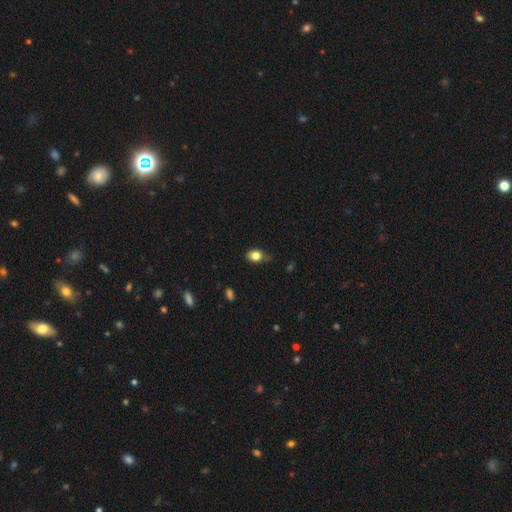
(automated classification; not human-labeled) Smooth or featured: smooth — 81% (star or artifact — 10%)
How rounded: in between — 60% (round — 38%)
Merging: none — 58% (minor disturbance — 32%)